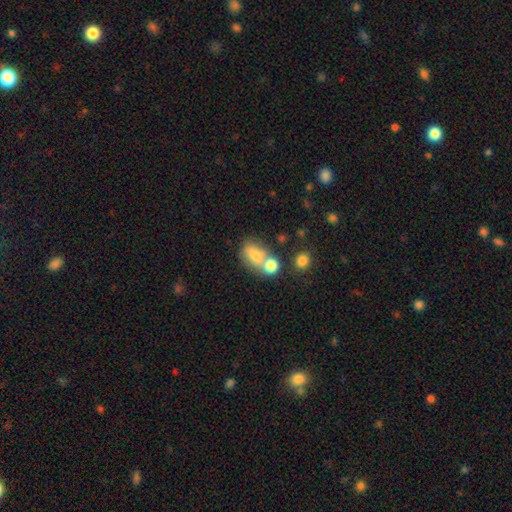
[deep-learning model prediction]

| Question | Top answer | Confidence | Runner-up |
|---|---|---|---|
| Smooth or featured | smooth | 74% | featured or disk (15%) |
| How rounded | in between | 74% | round (23%) |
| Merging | merger | 41% | none (39%) |